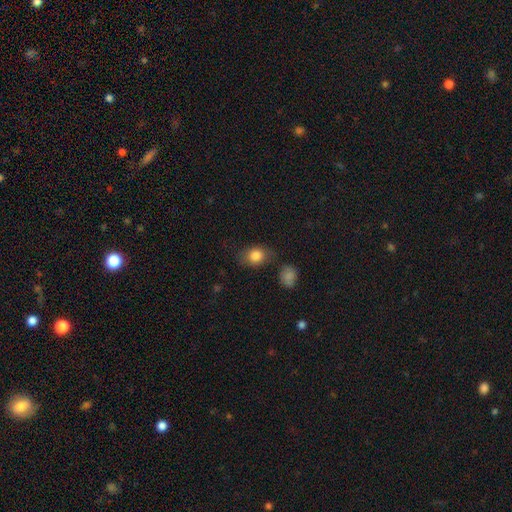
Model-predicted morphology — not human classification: This appears to be a smooth galaxy with no disk features (83%) that is in between round and cigar-shaped (56%). Merging: none (70%).